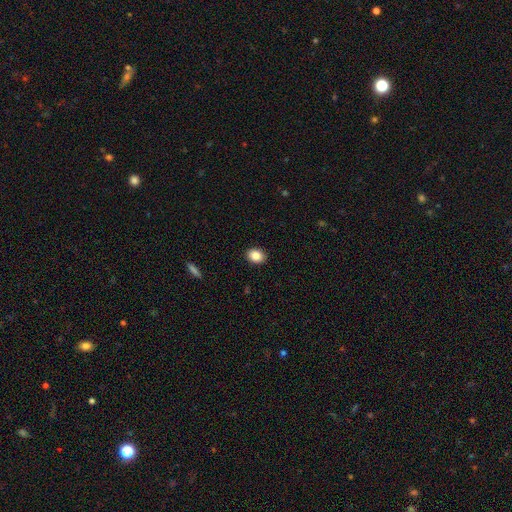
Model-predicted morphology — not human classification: A smooth galaxy with no disk features (85%) that is in between round and cigar-shaped (60%).

Vote fractions:
- Smooth or featured? smooth: 85% / star or artifact: 9% / featured or disk: 6%
- How rounded? in between: 60% / round: 38% / cigar-shaped: 1%
- Merging? none: 91% / minor disturbance: 7% / major disturbance: 2% / merger: 1%